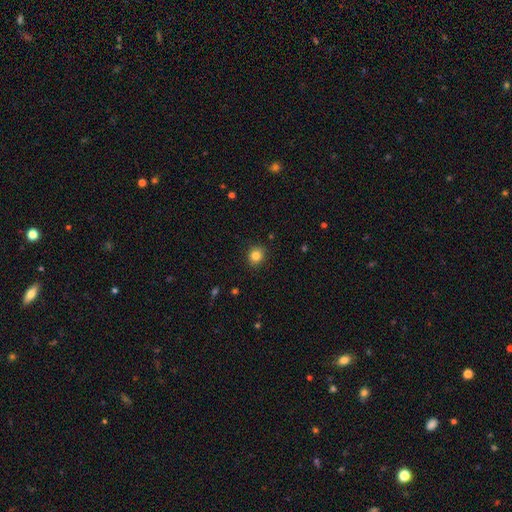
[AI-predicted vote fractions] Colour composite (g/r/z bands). It shows a smooth galaxy with no disk features (83%) that is round (77%). Merging: none (88%).